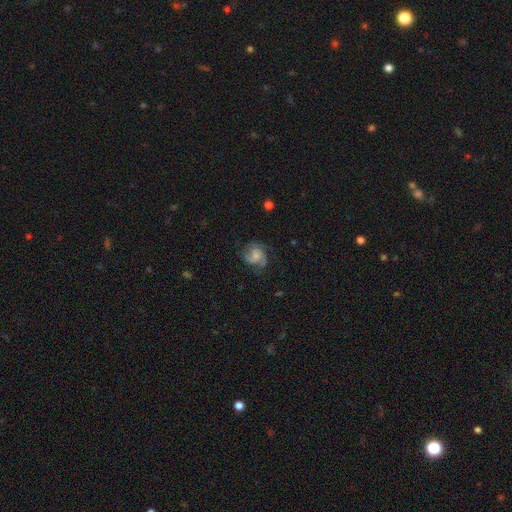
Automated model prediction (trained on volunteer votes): The model was most divided on "spiral arm count": 3: 37%, 2: 32%, can't tell: 17%, 4: 6%, 1: 5%, more than 4: 4%. Remaining: edge-on disk — no (98%); spiral arms — yes (91%); bar — no (70%); smooth or featured — featured or disk (64%); merging — none (62%); spiral winding — medium (48%); bulge size — small (44%).